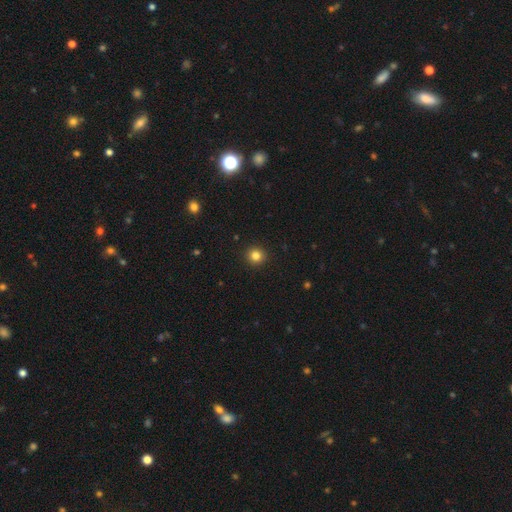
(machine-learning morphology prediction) Smooth or featured: smooth — 83% (star or artifact — 12%)
How rounded: round — 94% (in between — 5%)
Merging: none — 93% (minor disturbance — 4%)